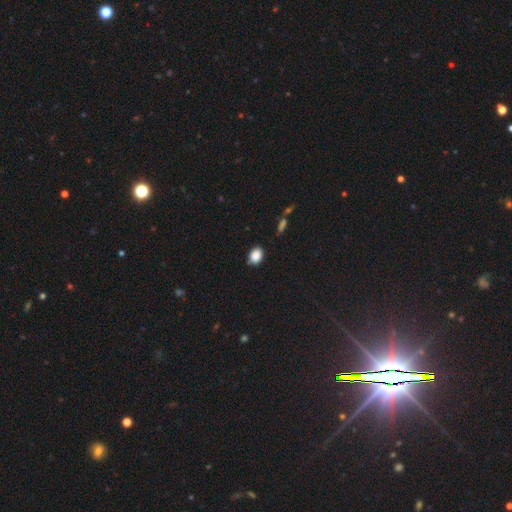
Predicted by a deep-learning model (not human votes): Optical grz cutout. It shows a smooth galaxy with no disk features (88%) that is in between round and cigar-shaped (62%). Merging: none (82%).